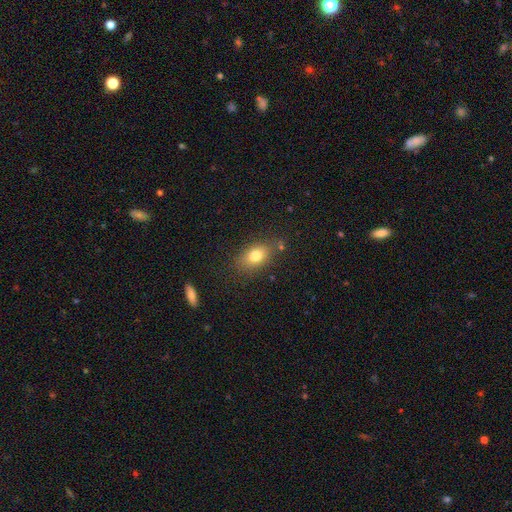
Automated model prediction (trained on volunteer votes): A smooth galaxy with no disk features (78%) that is in between round and cigar-shaped (80%). Merging: none (77%).